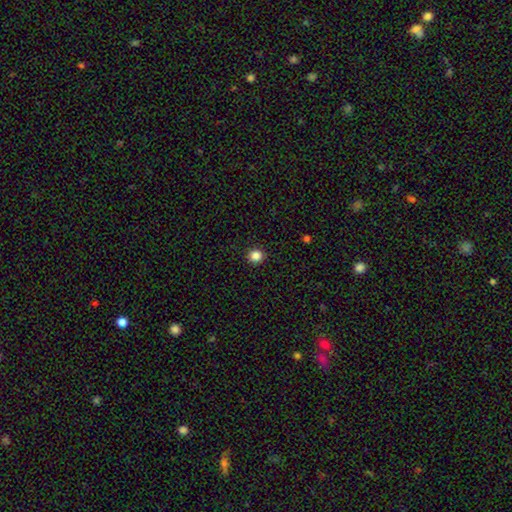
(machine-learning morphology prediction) smooth_or_featured: smooth (p=0.85) [alt: star or artifact p=0.12]
how_rounded: round (p=0.91) [alt: in between p=0.08]
merging: none (p=0.93) [alt: minor disturbance p=0.05]